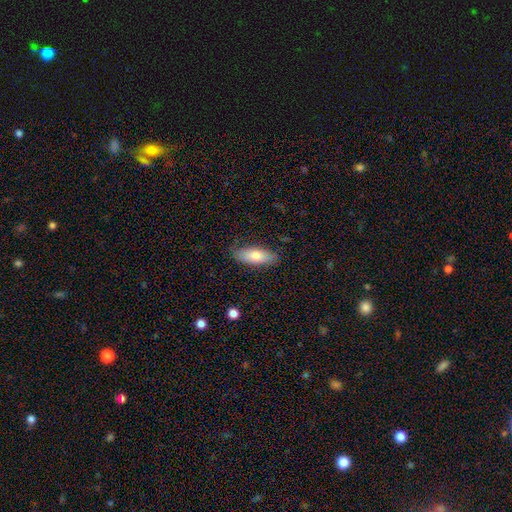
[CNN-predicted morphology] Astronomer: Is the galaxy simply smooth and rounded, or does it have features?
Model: smooth — 76%.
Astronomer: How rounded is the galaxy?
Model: in between — 69%.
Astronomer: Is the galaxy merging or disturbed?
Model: none — 82%.